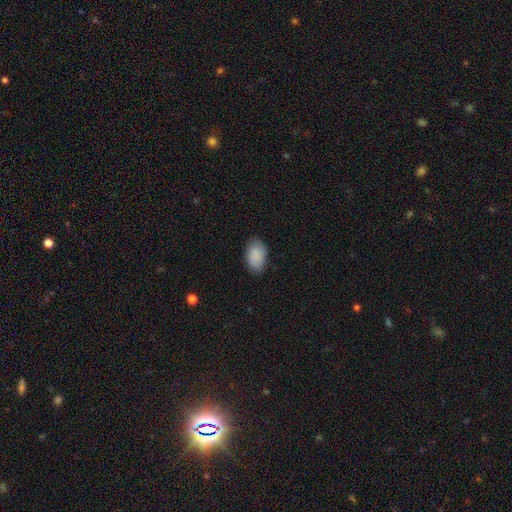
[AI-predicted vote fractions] Smooth or featured: smooth — 88% (star or artifact — 6%)
How rounded: in between — 91% (round — 8%)
Merging: none — 81% (minor disturbance — 15%)